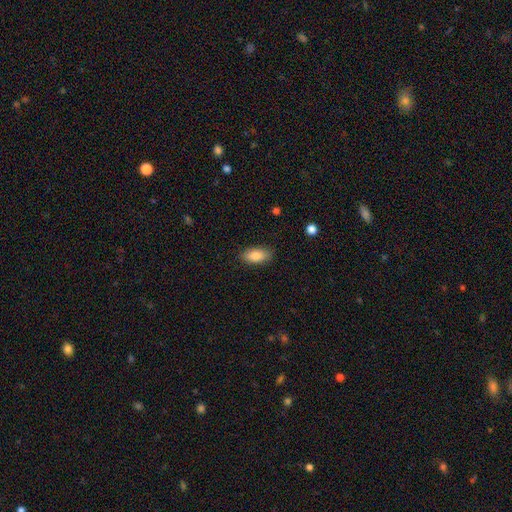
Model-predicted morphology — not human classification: smooth_or_featured: smooth (p=0.85) [alt: featured or disk p=0.08]
how_rounded: in between (p=0.88) [alt: cigar-shaped p=0.09]
merging: none (p=0.86) [alt: minor disturbance p=0.10]